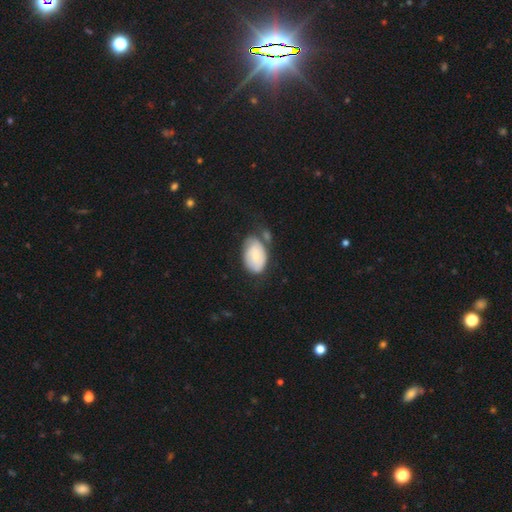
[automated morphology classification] Smooth or featured? smooth (65%)
How rounded? in between (91%)
Merging? none (43%)